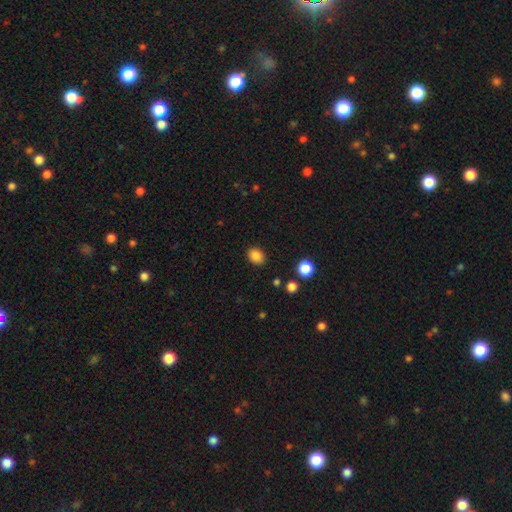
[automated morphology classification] Smooth or featured?
  - smooth: 86% *
  - star or artifact: 10%
  - featured or disk: 4%
How rounded?
  - in between: 59% *
  - round: 40%
  - cigar-shaped: 1%
Merging?
  - none: 87% *
  - minor disturbance: 9%
  - major disturbance: 3%
  - merger: 2%